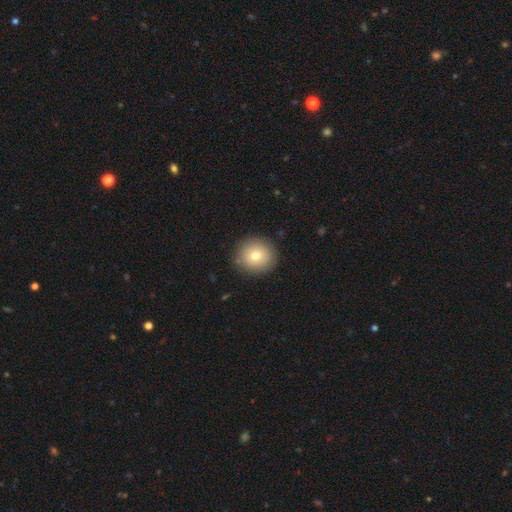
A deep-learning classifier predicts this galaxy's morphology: Smooth or featured? smooth (76%)
How rounded? round (91%)
Merging? none (89%)